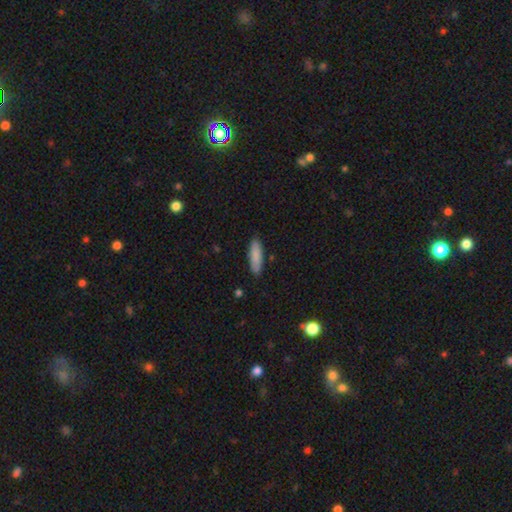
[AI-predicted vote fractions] A smooth galaxy with no disk features (86%) that is cigar-shaped (59%). Merging: none (87%).